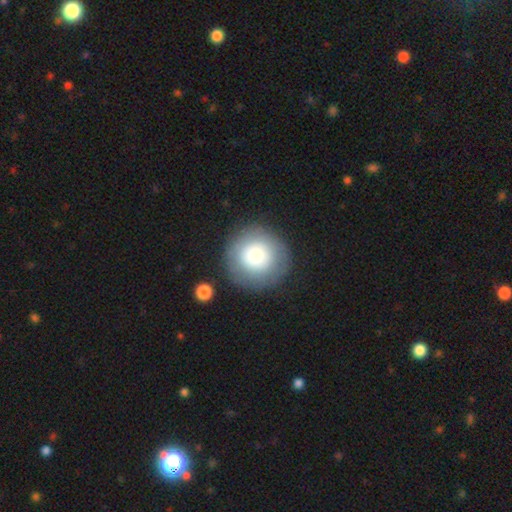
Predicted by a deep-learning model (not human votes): Smooth or featured? Predicted: smooth (p=0.74). How rounded? Predicted: round (p=0.95). Merging? Predicted: none (p=0.84).